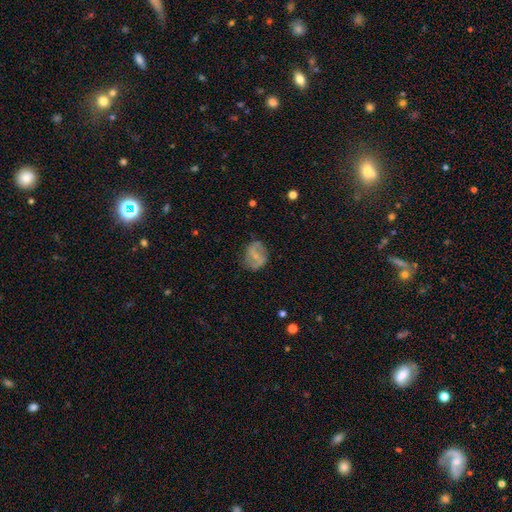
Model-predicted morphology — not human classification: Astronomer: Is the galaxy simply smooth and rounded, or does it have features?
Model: featured or disk — 55% (runner-up: smooth, 37%).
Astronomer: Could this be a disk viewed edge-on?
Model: no — 96%.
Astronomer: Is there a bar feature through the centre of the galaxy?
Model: weak — 43% (runner-up: no, 29%).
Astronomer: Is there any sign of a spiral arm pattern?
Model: yes — 63%.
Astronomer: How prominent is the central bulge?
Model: small — 57%.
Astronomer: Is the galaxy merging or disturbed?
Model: none — 70%.